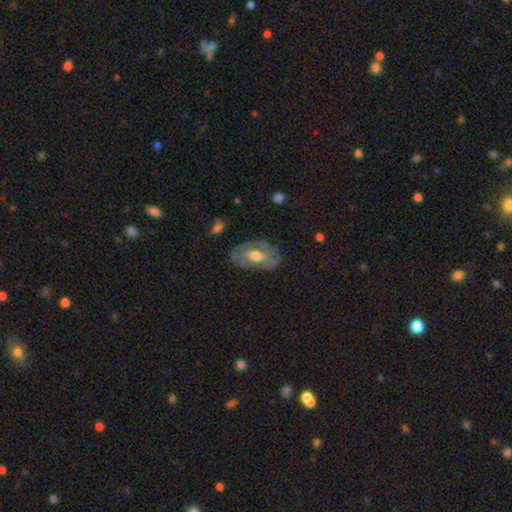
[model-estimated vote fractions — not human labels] This is likely a featured or disk galaxy (68%). It is clearly not viewed edge-on (92%). Bar: possibly no (50%). Spiral arm pattern: possibly yes (57%). Central bulge: likely moderate (71%). Merging: likely none (73%).